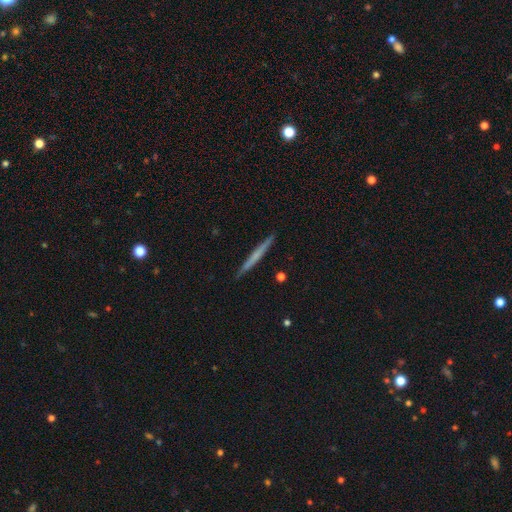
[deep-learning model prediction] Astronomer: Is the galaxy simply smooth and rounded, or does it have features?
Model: smooth — 50% (runner-up: featured or disk, 44%).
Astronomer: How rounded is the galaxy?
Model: cigar-shaped — 97%.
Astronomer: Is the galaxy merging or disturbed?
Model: none — 92%.